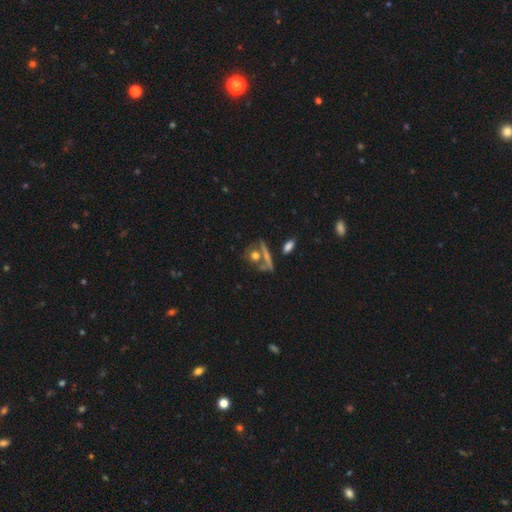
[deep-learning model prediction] Overall: smooth (54%; featured or disk 31%). How rounded: round (59%; in between 29%). Merging: none (50%; merger 28%).